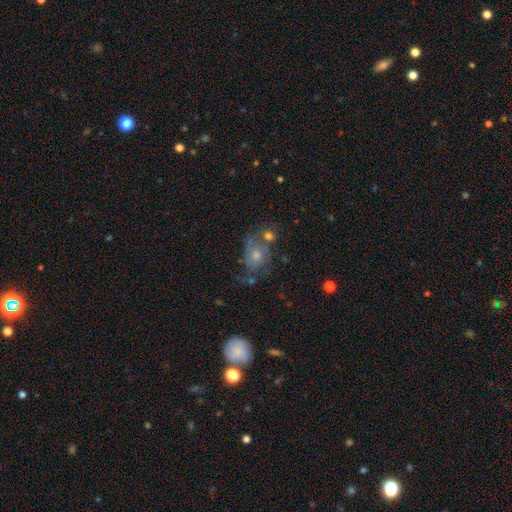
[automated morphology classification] Q: Smooth or featured?
A: featured or disk (64%); runner-up: smooth (27%)
Q: Edge-on disk?
A: no (97%); runner-up: yes (3%)
Q: Bar?
A: no (78%); runner-up: weak (20%)
Q: Spiral arms?
A: yes (84%); runner-up: no (16%)
Q: Spiral winding?
A: medium (45%); runner-up: tight (32%)
Q: Spiral arm count?
A: 2 (49%); runner-up: can't tell (25%)
Q: Bulge size?
A: moderate (54%); runner-up: small (35%)
Q: Merging?
A: none (39%); runner-up: minor disturbance (22%)